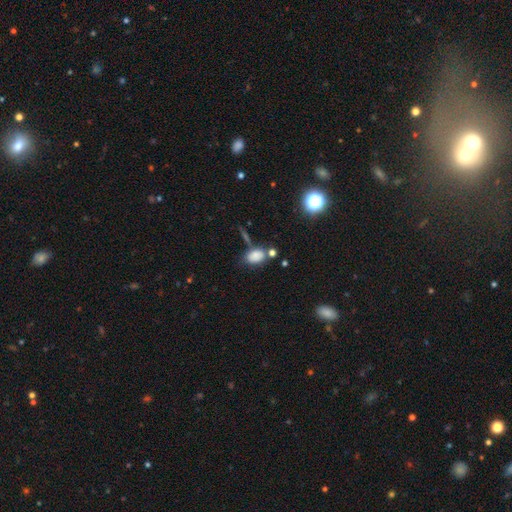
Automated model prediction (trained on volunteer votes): Smooth or featured? smooth (78%)
How rounded? in between (82%)
Merging? none (50%)